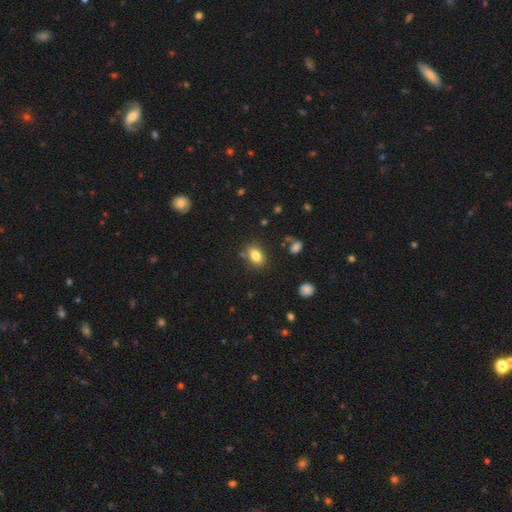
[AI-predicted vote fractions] smooth_or_featured: smooth (p=0.82) [alt: star or artifact p=0.10]
how_rounded: in between (p=0.76) [alt: round p=0.22]
merging: none (p=0.78) [alt: minor disturbance p=0.14]